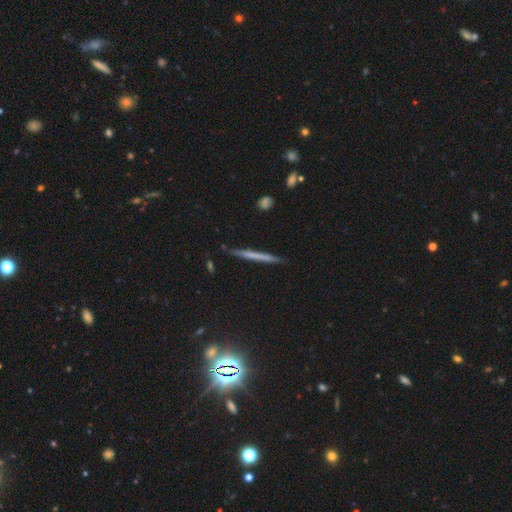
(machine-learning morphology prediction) Smooth or featured? smooth (49%)
Merging? none (88%)